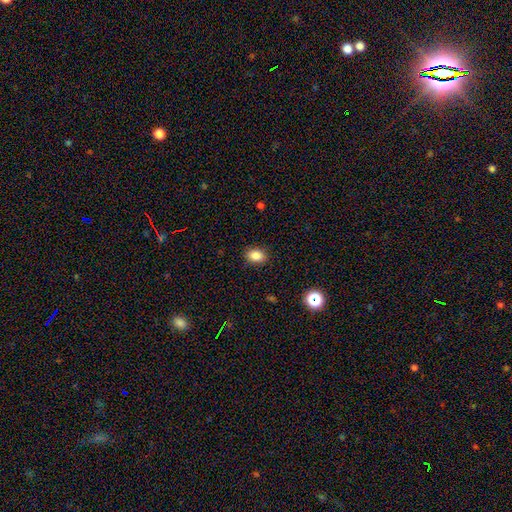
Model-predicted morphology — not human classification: Overall: smooth (85%). How rounded: in between (75%). Merging: none (89%).